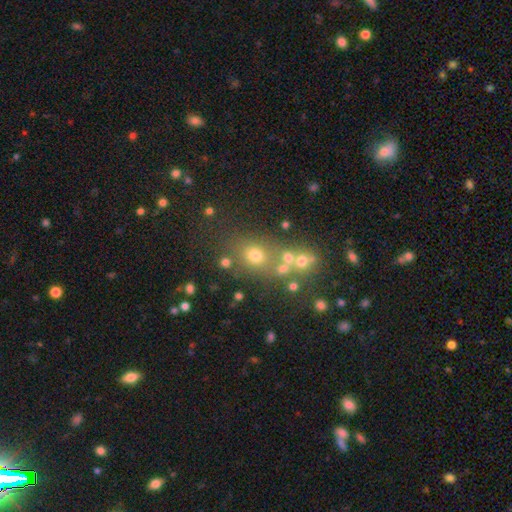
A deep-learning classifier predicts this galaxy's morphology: smooth_or_featured: smooth (p=0.58) [alt: star or artifact p=0.27]
how_rounded: round (p=0.67) [alt: in between p=0.31]
merging: none (p=0.62) [alt: merger p=0.20]